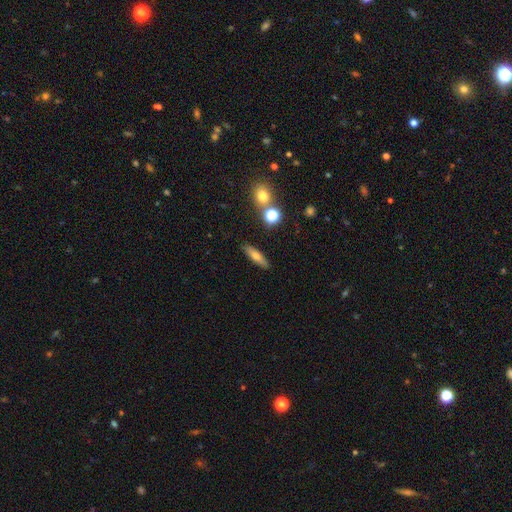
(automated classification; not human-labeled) smooth 65%, featured or disk 25%, star or artifact 10%. Down the decision tree: how rounded — cigar-shaped (62%); merging — none (86%).